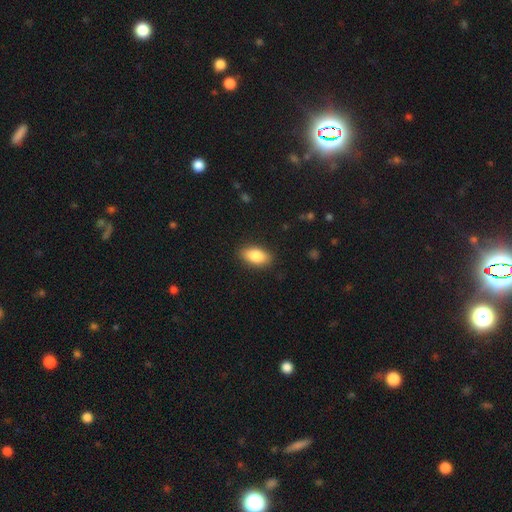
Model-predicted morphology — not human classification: This is clearly a smooth galaxy (85%). How rounded: clearly in between (91%). Merging: clearly none (88%).